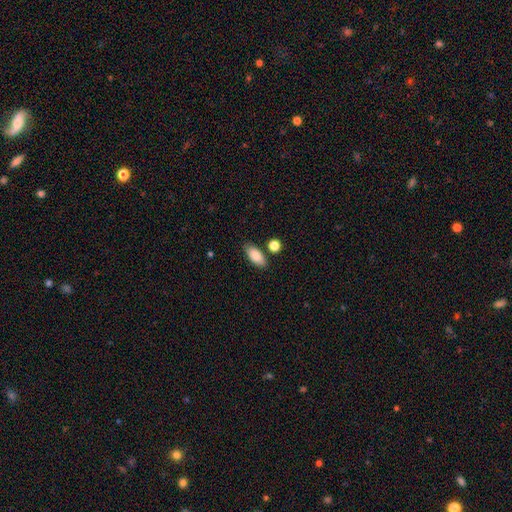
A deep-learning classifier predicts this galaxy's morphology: smooth_or_featured: smooth (p=0.87) [alt: star or artifact p=0.07]
how_rounded: in between (p=0.88) [alt: cigar-shaped p=0.09]
merging: none (p=0.81) [alt: minor disturbance p=0.11]